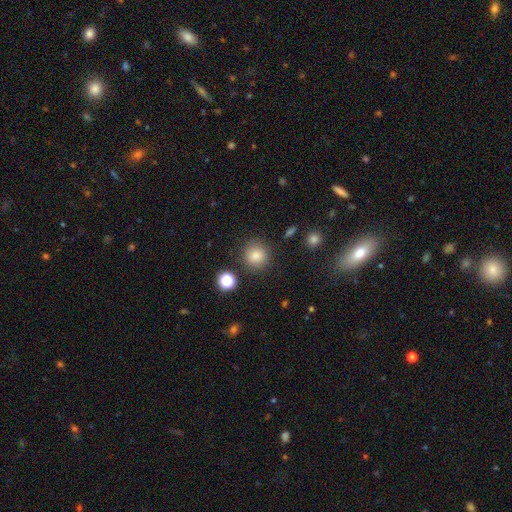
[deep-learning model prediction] Smooth or featured? Predicted: smooth (p=0.83). How rounded? Predicted: round (p=0.90). Merging? Predicted: none (p=0.85).